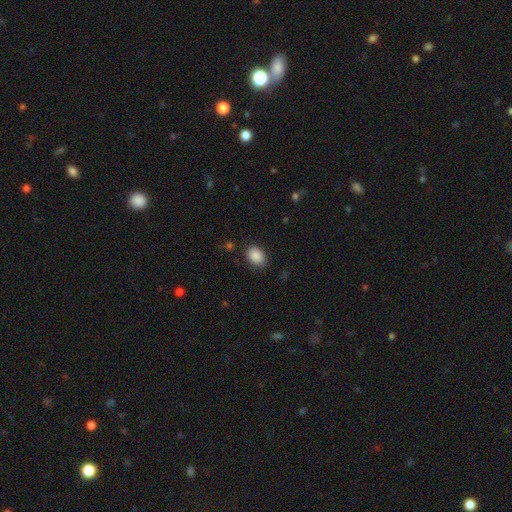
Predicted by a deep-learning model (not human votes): smooth_or_featured: smooth (p=0.89) [alt: star or artifact p=0.08]
how_rounded: in between (p=0.72) [alt: round p=0.27]
merging: none (p=0.85) [alt: minor disturbance p=0.11]